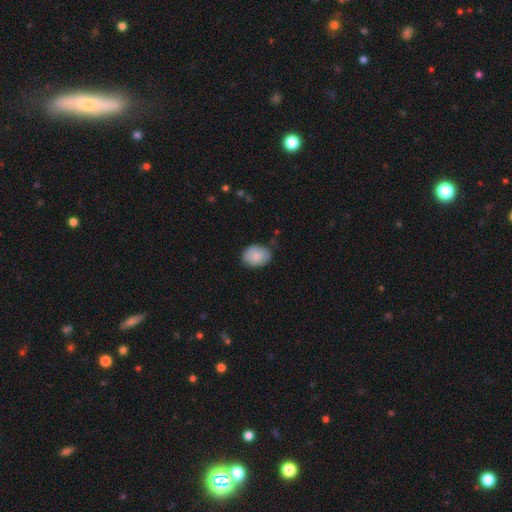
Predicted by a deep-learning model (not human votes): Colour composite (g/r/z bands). It shows a smooth galaxy with no disk features (85%) that is in between round and cigar-shaped (70%). Merging: none (76%).